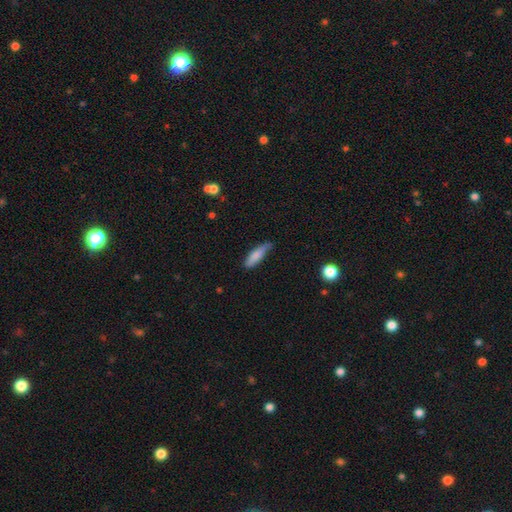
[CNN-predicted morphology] Overall: smooth (79%). How rounded: cigar-shaped (61%; in between 37%). Merging: none (48%; minor disturbance 40%).